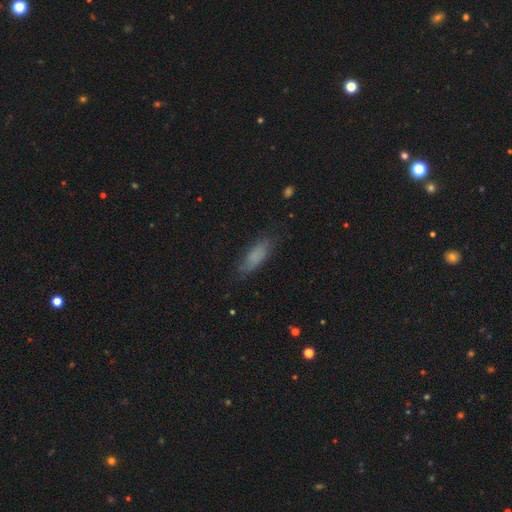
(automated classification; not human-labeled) Overall: smooth (78%). How rounded: in between (59%; cigar-shaped 39%). Merging: none (75%).